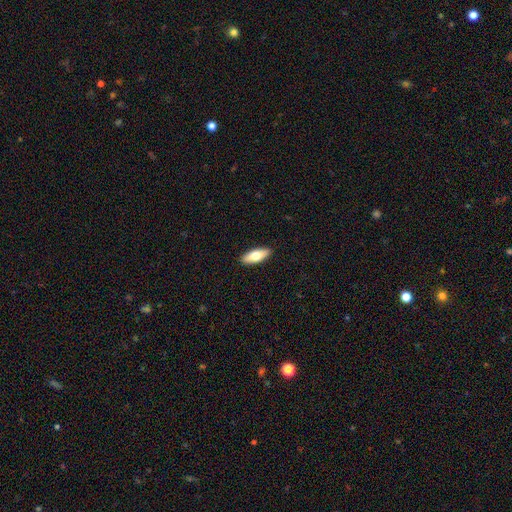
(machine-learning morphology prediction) A smooth galaxy with no disk features (71%) that is in between round and cigar-shaped (68%).

Vote fractions:
- Smooth or featured? smooth: 71% / featured or disk: 23% / star or artifact: 6%
- How rounded? in between: 68% / cigar-shaped: 30% / round: 2%
- Merging? none: 91% / minor disturbance: 7% / major disturbance: 2% / merger: 1%